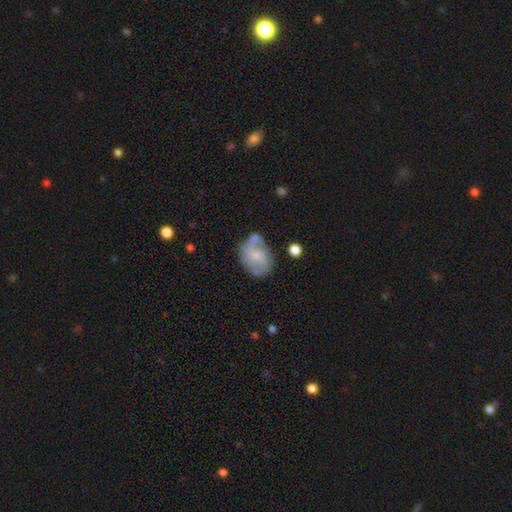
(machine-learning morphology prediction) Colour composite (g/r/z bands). It shows a featured or disk galaxy (49%). Merging: none (51%).